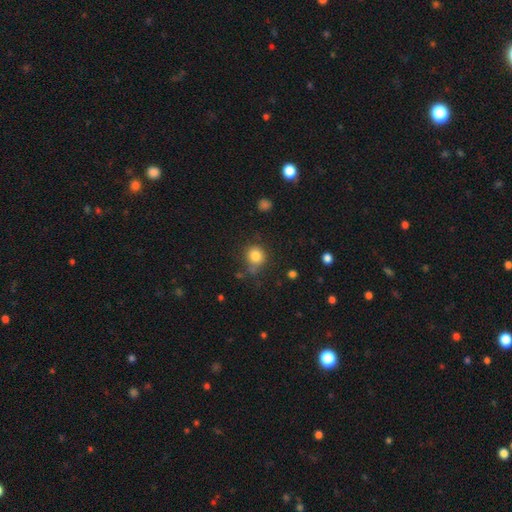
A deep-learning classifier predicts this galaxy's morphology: A smooth galaxy with no disk features (83%) that is round (85%). Merging: none (73%).